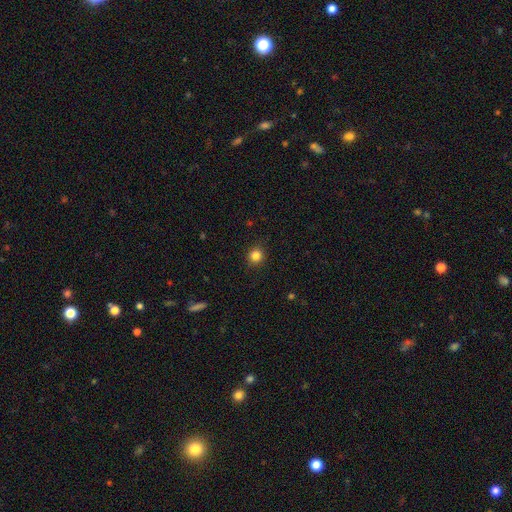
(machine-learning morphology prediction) Smooth or featured?
  - smooth: 84% *
  - star or artifact: 12%
  - featured or disk: 4%
How rounded?
  - round: 90% *
  - in between: 9%
  - cigar-shaped: 1%
Merging?
  - none: 91% *
  - minor disturbance: 6%
  - major disturbance: 2%
  - merger: 1%